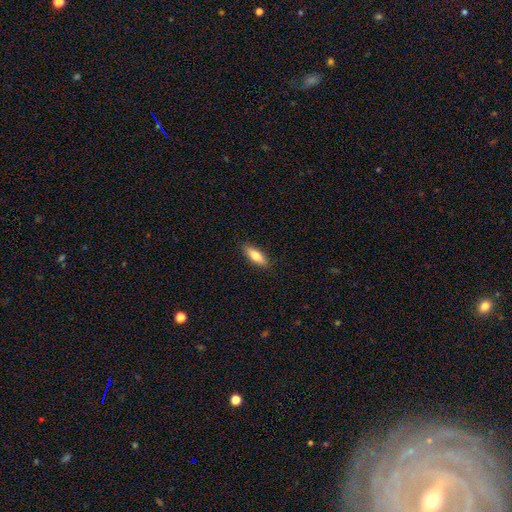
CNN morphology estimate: A smooth galaxy with no disk features (77%) that is in between round and cigar-shaped (58%). Merging: none (88%).